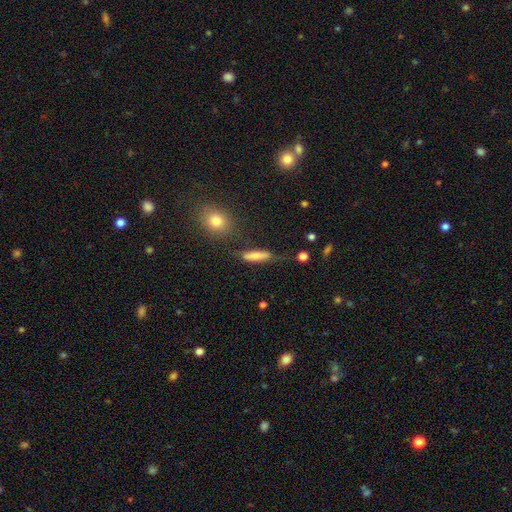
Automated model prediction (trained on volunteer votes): A smooth galaxy with no disk features (74%) that is cigar-shaped (67%).

Vote fractions:
- Smooth or featured? smooth: 74% / featured or disk: 17% / star or artifact: 9%
- How rounded? cigar-shaped: 67% / in between: 29% / round: 4%
- Merging? none: 63% / minor disturbance: 23% / major disturbance: 9% / merger: 5%